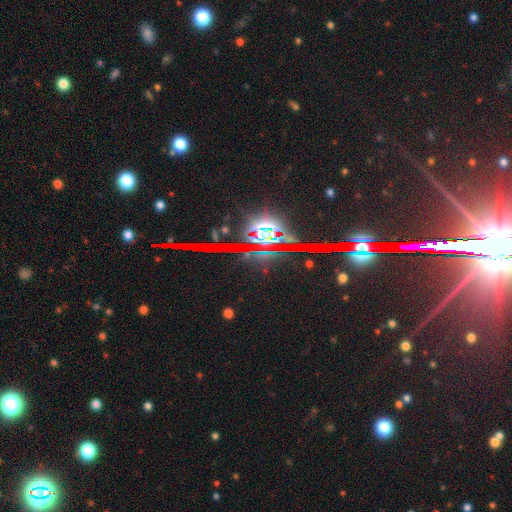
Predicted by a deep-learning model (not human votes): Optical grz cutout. It shows a star or artifact, not a galaxy (82%).